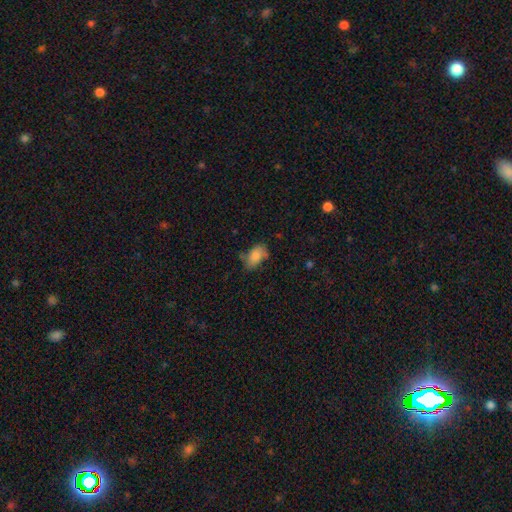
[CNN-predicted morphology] Smooth or featured? smooth (82%)
How rounded? in between (91%)
Merging? none (61%)